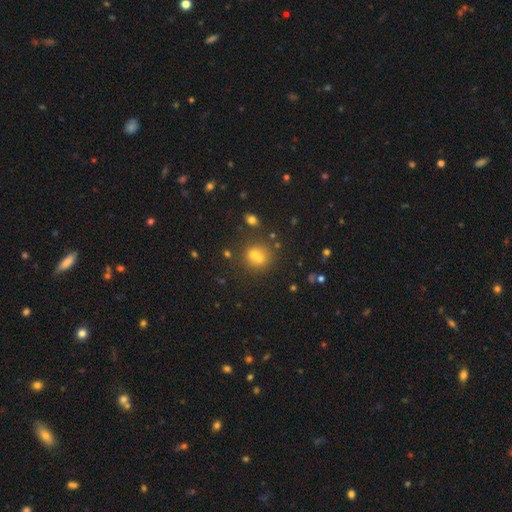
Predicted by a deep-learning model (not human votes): This is possibly a smooth galaxy (59%). How rounded: likely round (79%). Merging: possibly none (46%).